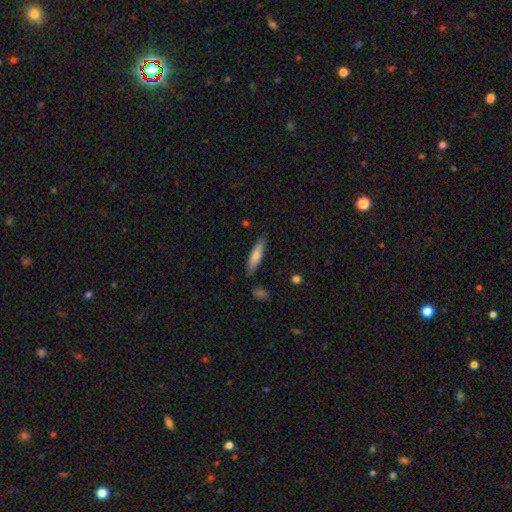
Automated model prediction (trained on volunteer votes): Smooth or featured?
  - smooth: 69% *
  - featured or disk: 25%
  - star or artifact: 6%
How rounded?
  - cigar-shaped: 73% *
  - in between: 25%
  - round: 2%
Merging?
  - none: 85% *
  - minor disturbance: 11%
  - merger: 2%
  - major disturbance: 2%